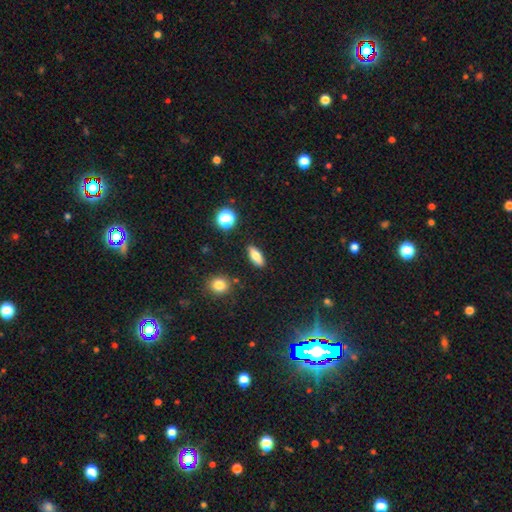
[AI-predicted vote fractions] Smooth or featured? smooth (75%)
How rounded? in between (71%)
Merging? none (87%)